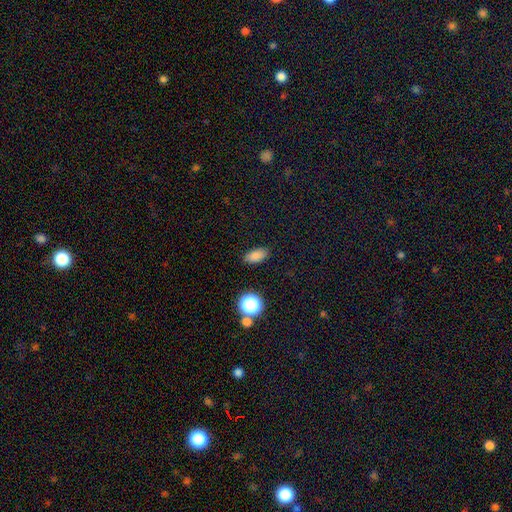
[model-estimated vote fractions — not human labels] The model was most divided on "smooth or featured": smooth: 83%, star or artifact: 12%, featured or disk: 5%. More confident: merging — none (86%); how rounded — in between (86%).